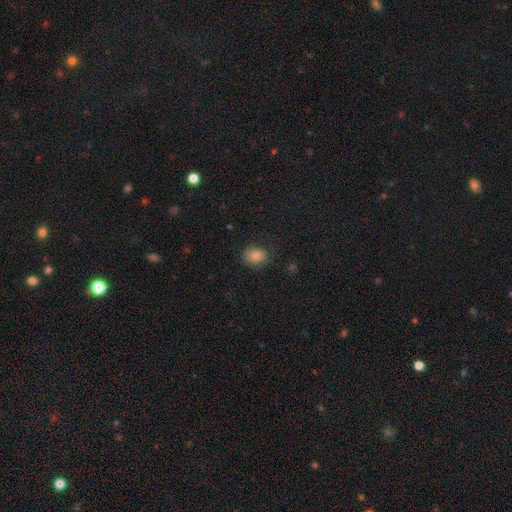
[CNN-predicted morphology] smooth 83%, star or artifact 10%, featured or disk 6%. Down the decision tree: how rounded — in between (58%); merging — none (76%).